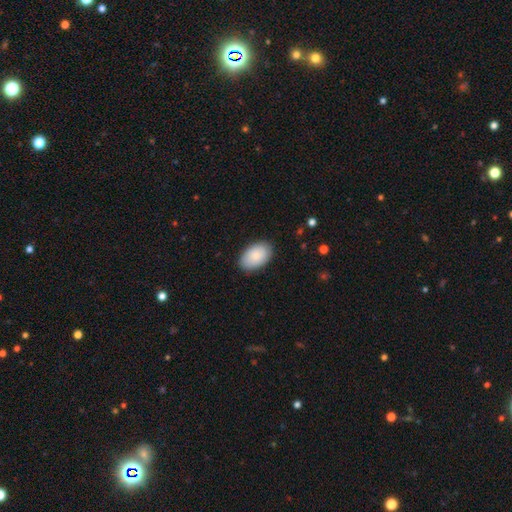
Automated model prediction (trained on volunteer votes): Q: Smooth or featured?
A: smooth (86%); runner-up: featured or disk (8%)
Q: How rounded?
A: in between (93%); runner-up: round (6%)
Q: Merging?
A: none (86%); runner-up: minor disturbance (11%)